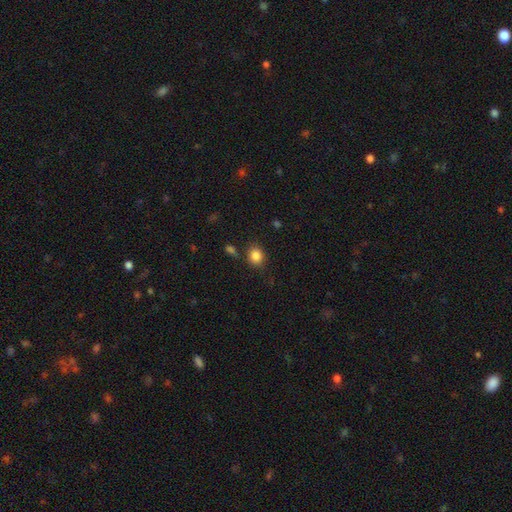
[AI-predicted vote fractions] This is clearly a smooth galaxy (85%). How rounded: likely round (63%). Merging: likely none (80%).